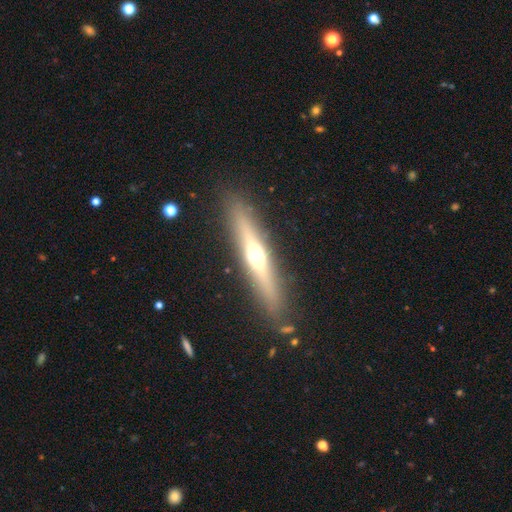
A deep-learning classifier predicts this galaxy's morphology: Smooth or featured?
  - featured or disk: 61% *
  - smooth: 33%
  - star or artifact: 7%
Edge-on disk?
  - yes: 93% *
  - no: 7%
Edge-on bulge?
  - rounded: 90% *
  - none: 7%
  - boxy: 3%
Merging?
  - none: 88% *
  - minor disturbance: 8%
  - major disturbance: 2%
  - merger: 2%